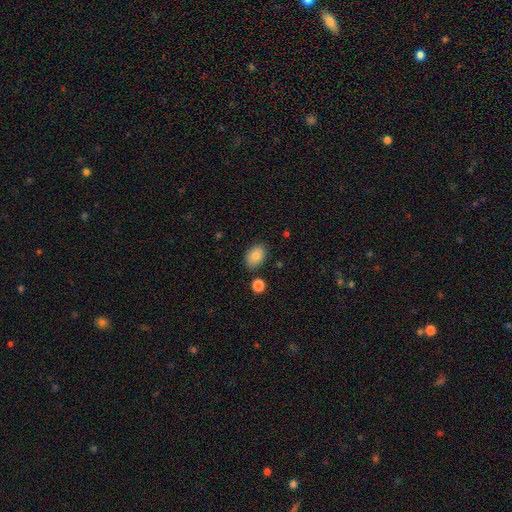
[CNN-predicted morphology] Overall: smooth (84%). How rounded: in between (84%). Merging: none (83%).